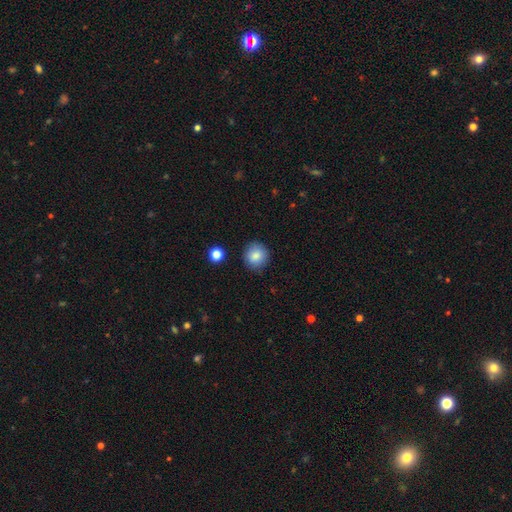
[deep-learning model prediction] smooth-or-featured: smooth: 86% | star or artifact: 8% | featured or disk: 6%
  how-rounded: round: 91% | in between: 8% | cigar-shaped: 1%
  merging: none: 88% | minor disturbance: 8% | major disturbance: 2% | merger: 2%